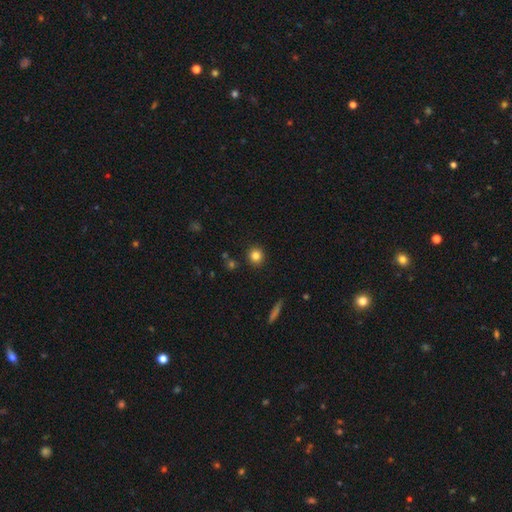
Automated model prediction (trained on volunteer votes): A smooth galaxy with no disk features (82%) that is round (91%). Merging: none (90%).